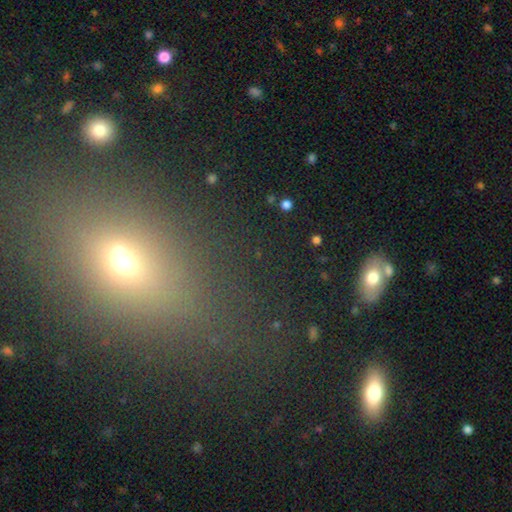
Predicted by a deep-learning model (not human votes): Smooth or featured? smooth (48%)
Merging? none (75%)